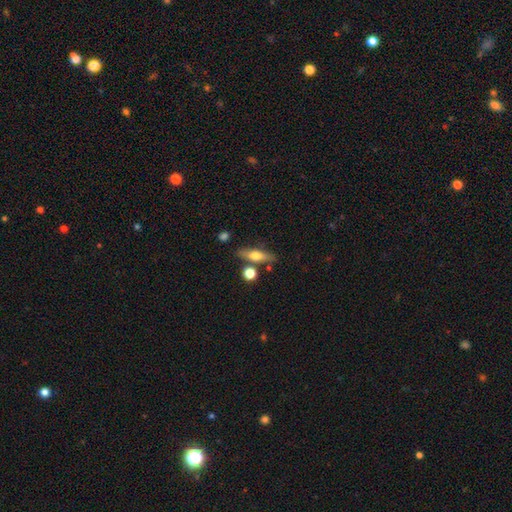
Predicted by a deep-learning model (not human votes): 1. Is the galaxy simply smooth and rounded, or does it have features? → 54% smooth, 38% featured or disk, 8% star or artifact.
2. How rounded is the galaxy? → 59% cigar-shaped, 36% in between, 5% round.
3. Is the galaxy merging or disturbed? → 75% none, 12% minor disturbance, 10% merger, 3% major disturbance.